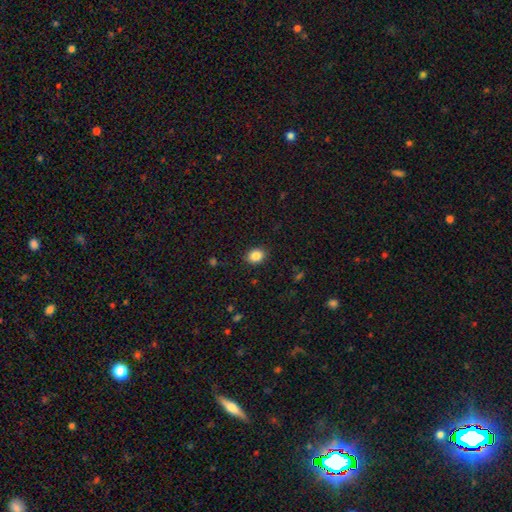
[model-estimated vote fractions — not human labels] This is clearly a smooth galaxy (87%). How rounded: possibly in between (54%). Merging: clearly none (89%).